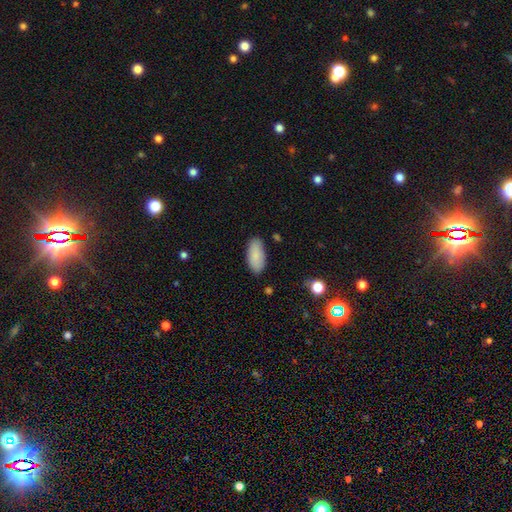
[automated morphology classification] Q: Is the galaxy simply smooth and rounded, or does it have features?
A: smooth — 87%.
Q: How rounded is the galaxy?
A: in between — 92%.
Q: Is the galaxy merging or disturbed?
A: none — 84%.